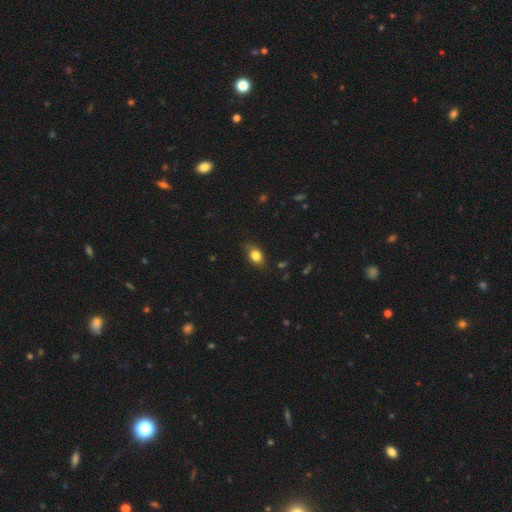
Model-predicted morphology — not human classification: Smooth or featured?
  - smooth: 81% *
  - featured or disk: 9%
  - star or artifact: 9%
How rounded?
  - in between: 72% *
  - round: 25%
  - cigar-shaped: 3%
Merging?
  - none: 75% *
  - minor disturbance: 20%
  - major disturbance: 4%
  - merger: 1%